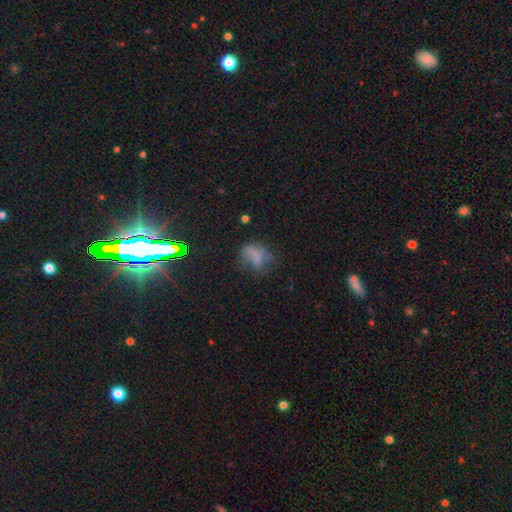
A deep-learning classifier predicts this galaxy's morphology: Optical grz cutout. It shows a smooth galaxy with no disk features (53%) that is in between round and cigar-shaped (61%). Merging: none (38%).